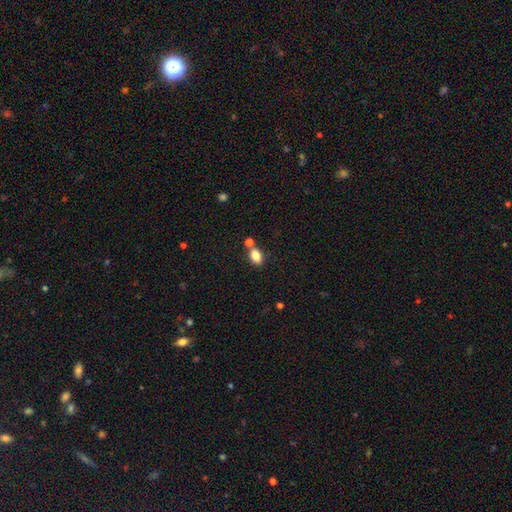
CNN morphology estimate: smooth-or-featured: smooth: 82% | star or artifact: 9% | featured or disk: 9%
  how-rounded: in between: 84% | round: 14% | cigar-shaped: 2%
  merging: none: 64% | merger: 21% | minor disturbance: 11% | major disturbance: 3%